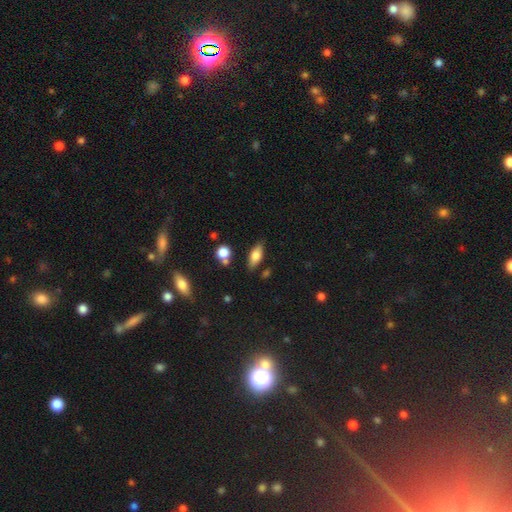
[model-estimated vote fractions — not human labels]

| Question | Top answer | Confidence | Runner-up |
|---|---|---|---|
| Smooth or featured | smooth | 69% | featured or disk (23%) |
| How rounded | in between | 77% | cigar-shaped (19%) |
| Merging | none | 79% | minor disturbance (13%) |